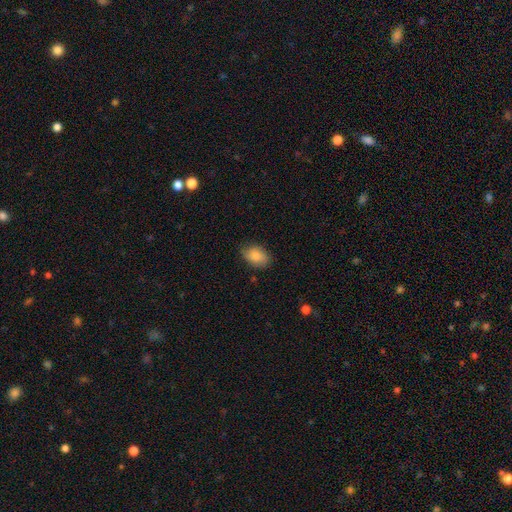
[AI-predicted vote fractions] The model was most divided on "merging": none: 79%, minor disturbance: 17%, major disturbance: 3%, merger: 1%. More confident: how rounded — in between (83%); smooth or featured — smooth (82%).